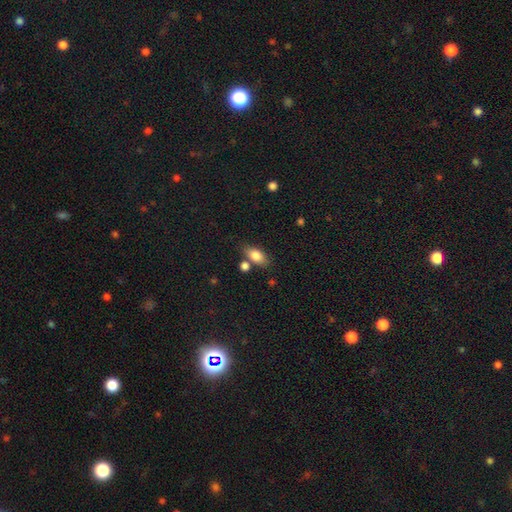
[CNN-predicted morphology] A smooth galaxy with no disk features (81%) that is in between round and cigar-shaped (86%). Merging: none (69%).